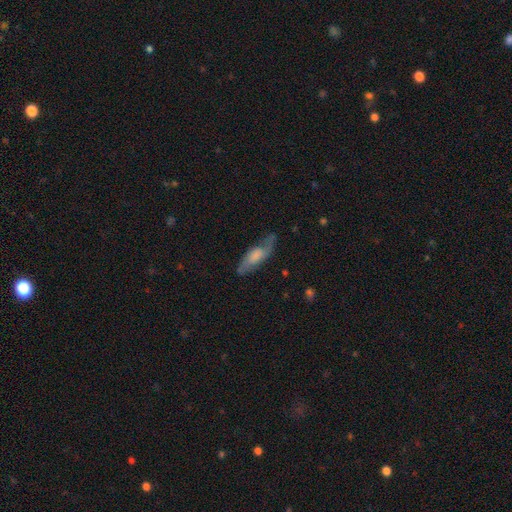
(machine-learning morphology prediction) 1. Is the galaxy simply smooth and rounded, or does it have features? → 53% featured or disk, 41% smooth, 7% star or artifact.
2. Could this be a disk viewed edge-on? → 71% no, 29% yes.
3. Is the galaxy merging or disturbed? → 69% none, 21% minor disturbance, 8% major disturbance, 2% merger.